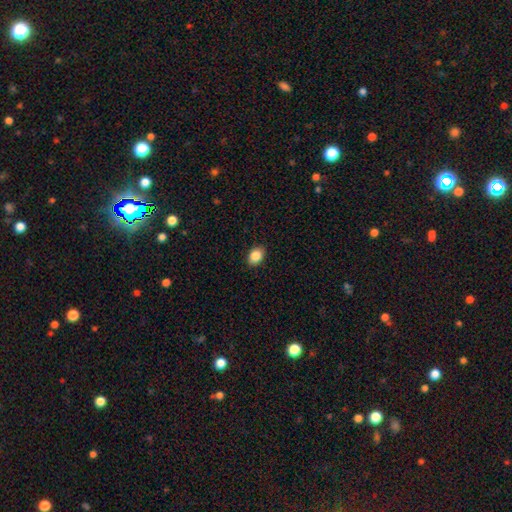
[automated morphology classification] This appears to be a smooth galaxy with no disk features (87%) that is in between round and cigar-shaped (77%). Merging: none (89%).